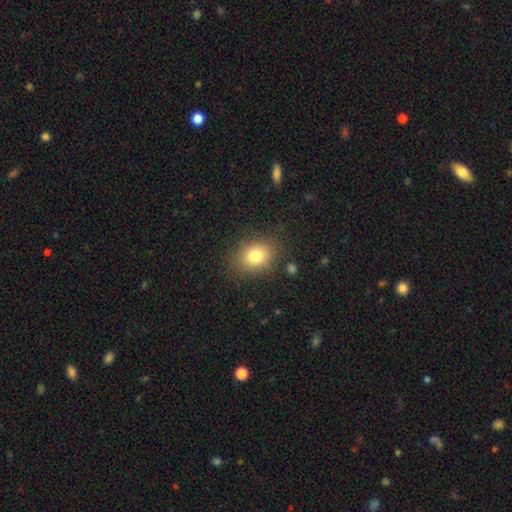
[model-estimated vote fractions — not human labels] A smooth galaxy with no disk features (80%) that is round (51%). Merging: none (84%).